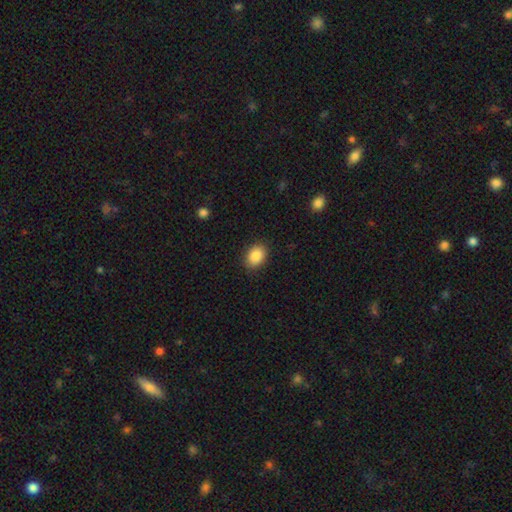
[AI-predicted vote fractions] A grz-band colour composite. It shows a smooth galaxy with no disk features (88%) that is in between round and cigar-shaped (72%). Merging: none (88%).